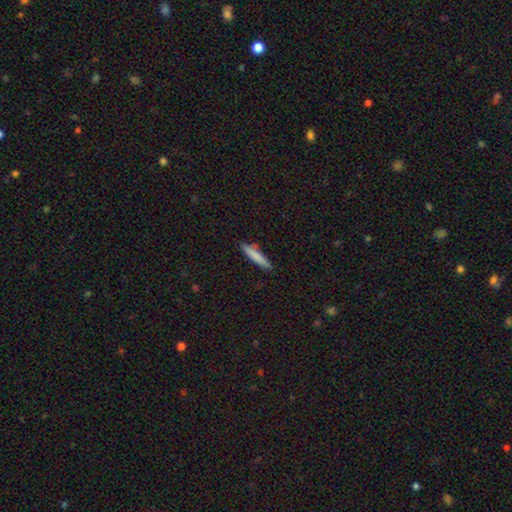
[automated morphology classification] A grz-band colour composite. It shows a smooth galaxy with no disk features (78%) that is cigar-shaped (89%). Merging: none (83%).